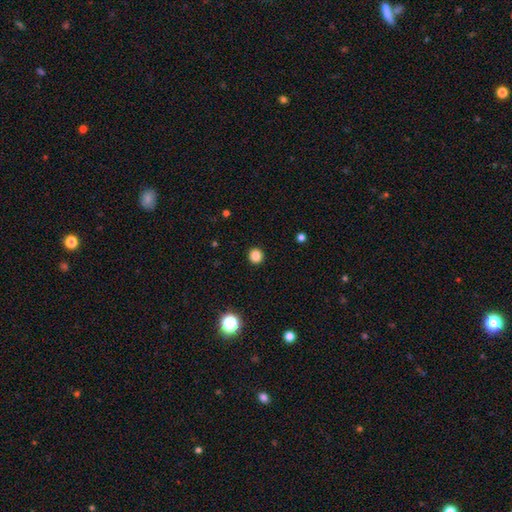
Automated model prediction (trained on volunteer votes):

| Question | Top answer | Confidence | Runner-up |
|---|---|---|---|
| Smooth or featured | smooth | 85% | star or artifact (12%) |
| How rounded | round | 94% | in between (6%) |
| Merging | none | 93% | minor disturbance (5%) |